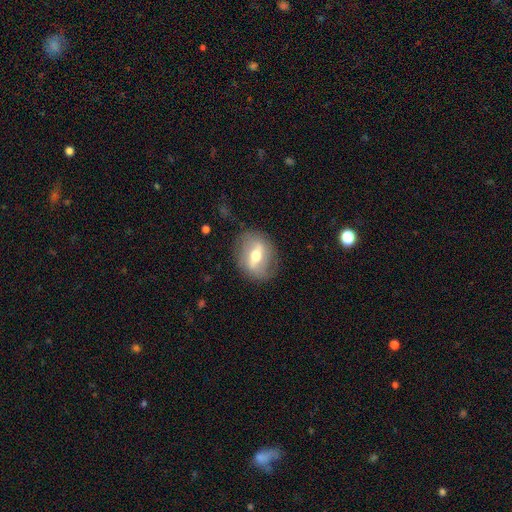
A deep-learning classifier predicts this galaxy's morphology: A featured or disk galaxy (61%).

Vote fractions:
- Smooth or featured? featured or disk: 61% / smooth: 32% / star or artifact: 7%
- Edge-on disk? no: 81% / yes: 19%
- Merging? none: 80% / minor disturbance: 13% / major disturbance: 6% / merger: 1%